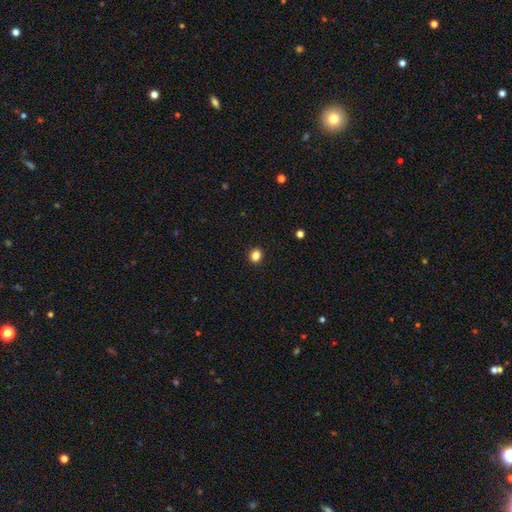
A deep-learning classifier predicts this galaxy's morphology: Smooth or featured?
  - smooth: 84% *
  - star or artifact: 12%
  - featured or disk: 4%
How rounded?
  - round: 73% *
  - in between: 26%
  - cigar-shaped: 1%
Merging?
  - none: 92% *
  - minor disturbance: 5%
  - major disturbance: 2%
  - merger: 1%